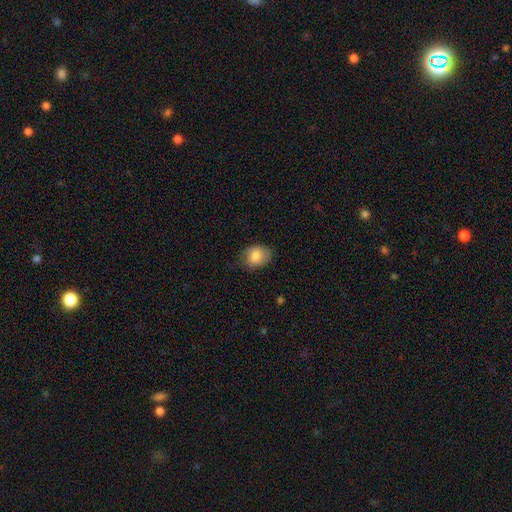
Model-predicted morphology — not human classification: Overall: smooth (82%). How rounded: in between (59%; round 40%). Merging: none (71%).